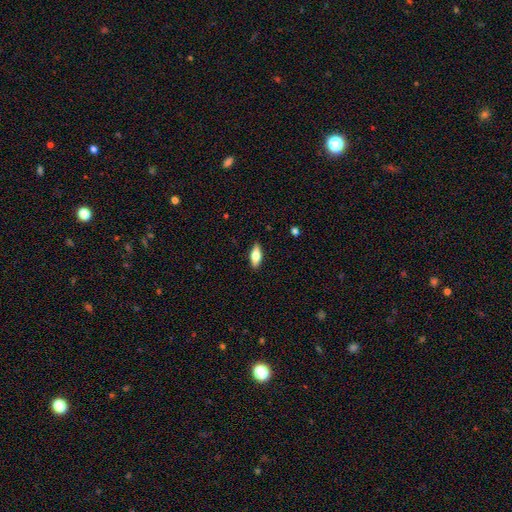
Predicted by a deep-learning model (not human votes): smooth 64%, featured or disk 29%, star or artifact 6%. Down the decision tree: how rounded — in between (73%); merging — none (88%).